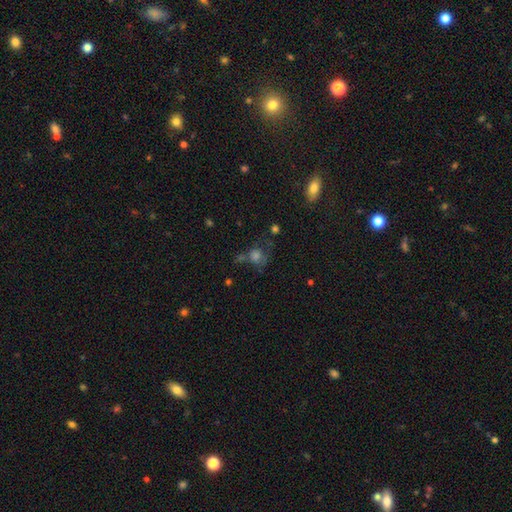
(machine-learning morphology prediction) Q: Smooth or featured?
A: smooth (60%); runner-up: star or artifact (21%)
Q: How rounded?
A: round (75%); runner-up: in between (24%)
Q: Merging?
A: none (41%); runner-up: major disturbance (23%)